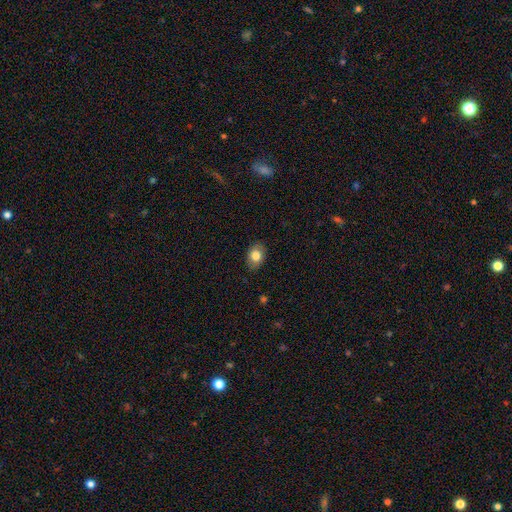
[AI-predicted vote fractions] Morphology: type=smooth (80%); roundness=in between (74%); merging=none (84%).